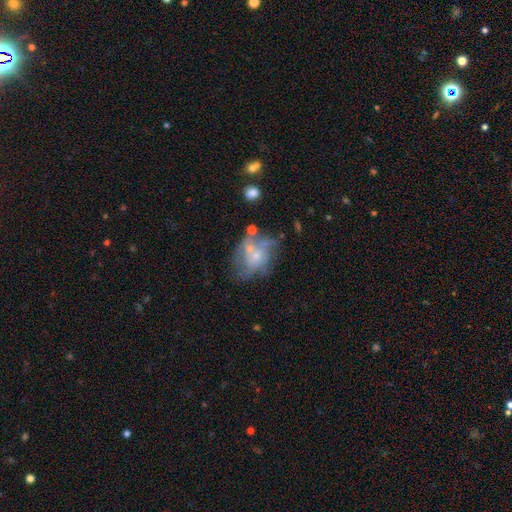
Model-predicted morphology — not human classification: A featured or disk galaxy (60%) with no bar (83%), spiral arms (52%) and a small central bulge (62%). Merging: none (37%).